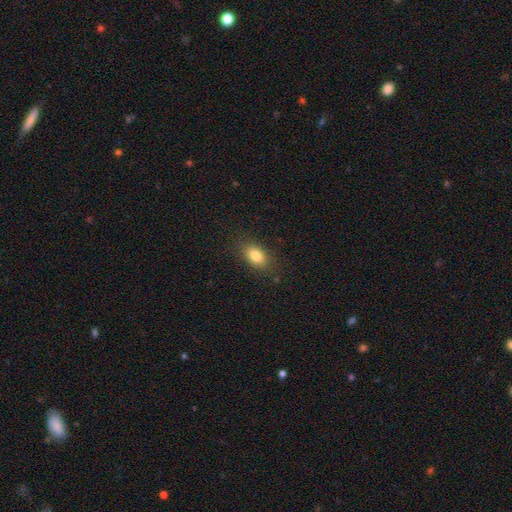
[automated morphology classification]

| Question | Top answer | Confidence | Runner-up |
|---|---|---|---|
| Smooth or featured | smooth | 82% | featured or disk (9%) |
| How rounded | in between | 87% | round (10%) |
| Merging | none | 85% | minor disturbance (11%) |